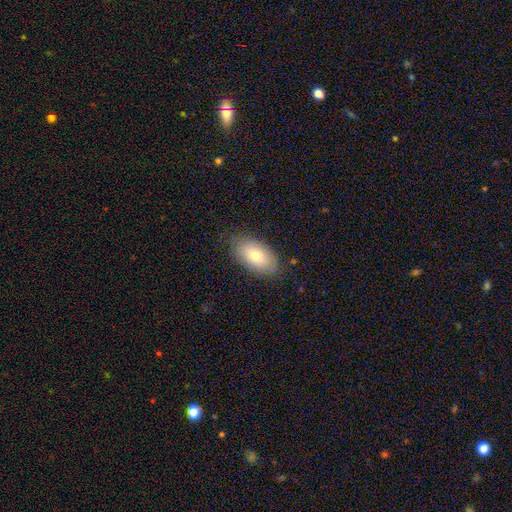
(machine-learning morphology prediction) Smooth or featured?
  - smooth: 75% *
  - featured or disk: 18%
  - star or artifact: 7%
How rounded?
  - in between: 93% *
  - round: 4%
  - cigar-shaped: 3%
Merging?
  - none: 81% *
  - minor disturbance: 15%
  - major disturbance: 3%
  - merger: 1%